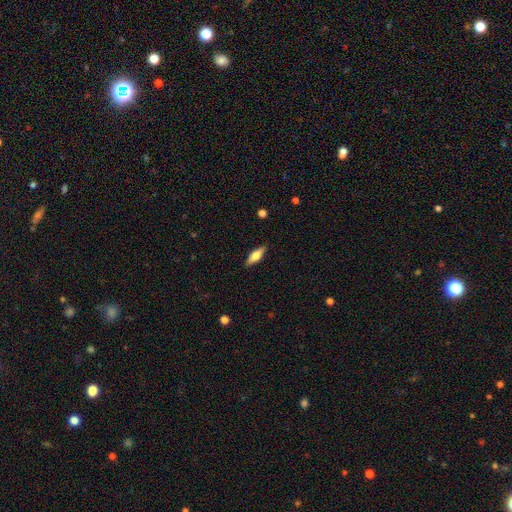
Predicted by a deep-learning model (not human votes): smooth 55%, featured or disk 39%, star or artifact 7%. Down the decision tree: how rounded — in between (58%); merging — none (87%).